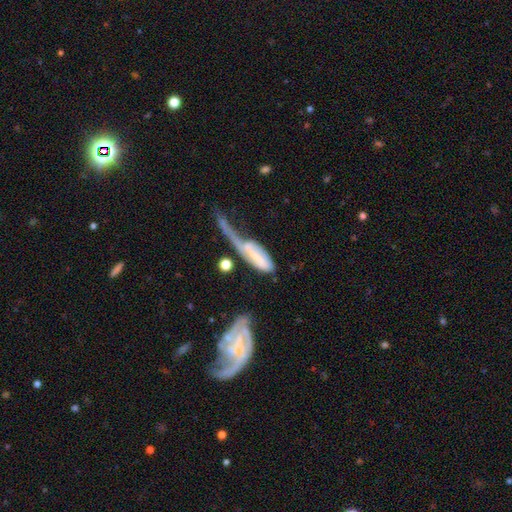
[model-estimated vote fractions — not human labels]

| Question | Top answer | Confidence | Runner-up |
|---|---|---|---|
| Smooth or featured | featured or disk | 49% | smooth (43%) |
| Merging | major disturbance | 46% | merger (29%) |